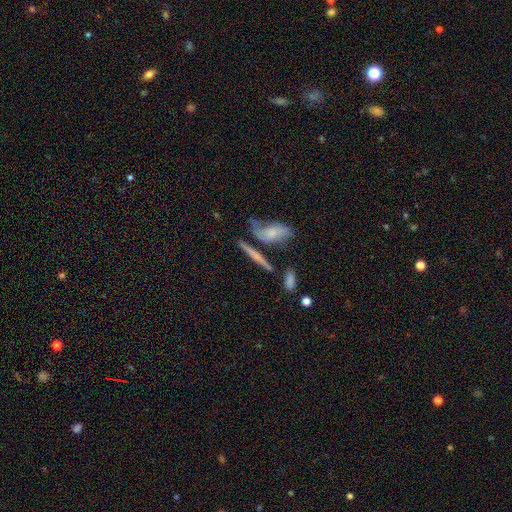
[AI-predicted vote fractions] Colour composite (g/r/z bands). It shows a featured or disk galaxy (50%). Merging: none (58%).